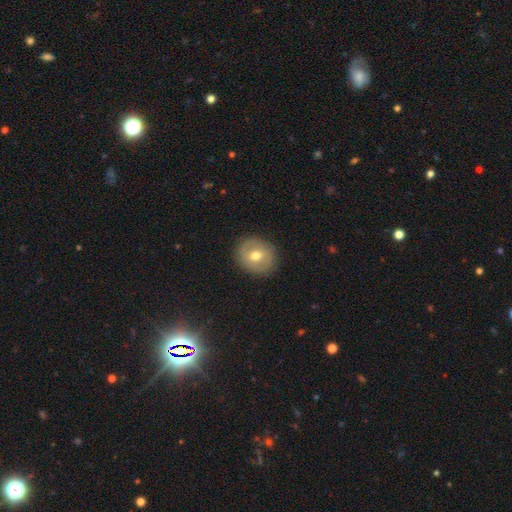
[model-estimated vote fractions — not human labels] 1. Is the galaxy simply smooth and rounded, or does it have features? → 58% smooth, 33% featured or disk, 9% star or artifact.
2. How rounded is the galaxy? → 80% round, 19% in between, 1% cigar-shaped.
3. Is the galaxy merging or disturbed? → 87% none, 9% minor disturbance, 3% major disturbance, 1% merger.